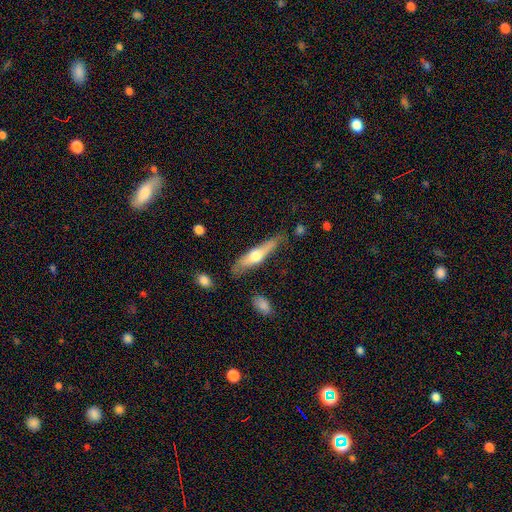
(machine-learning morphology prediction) This appears to be a featured or disk galaxy (49%). Merging: none (68%).